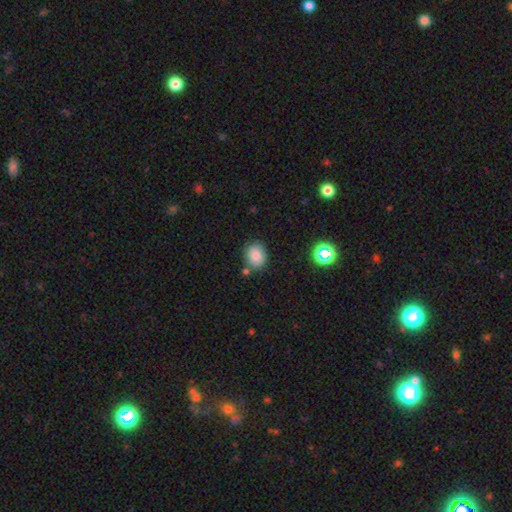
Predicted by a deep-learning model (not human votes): The model was most divided on "how rounded": round: 53%, in between: 47%, cigar-shaped: 1%. More confident: smooth or featured — smooth (83%); merging — none (76%).